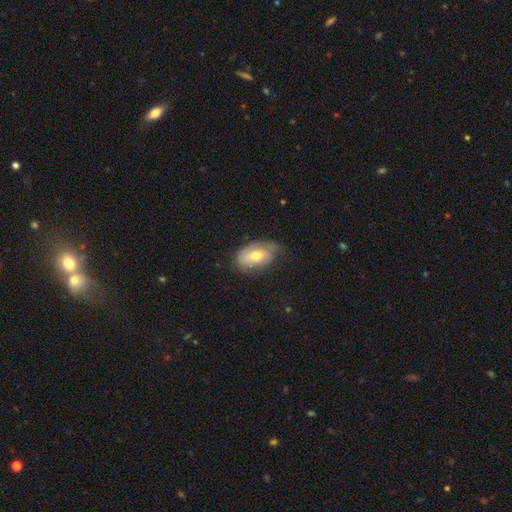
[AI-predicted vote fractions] Q: Smooth or featured?
A: smooth (59%); runner-up: featured or disk (34%)
Q: How rounded?
A: in between (91%); runner-up: round (7%)
Q: Merging?
A: none (57%); runner-up: minor disturbance (32%)